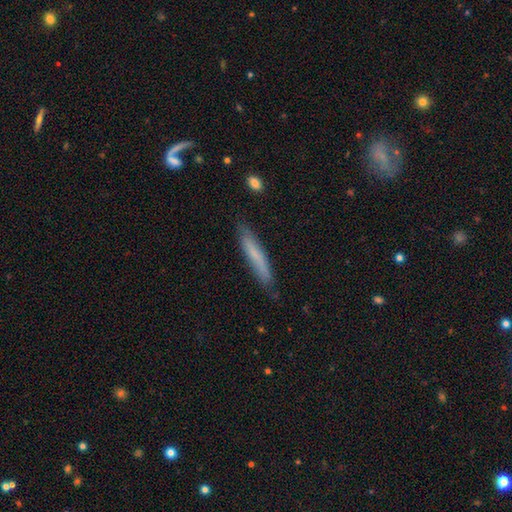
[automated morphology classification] A smooth galaxy with no disk features (67%) that is cigar-shaped (93%). Merging: none (80%).